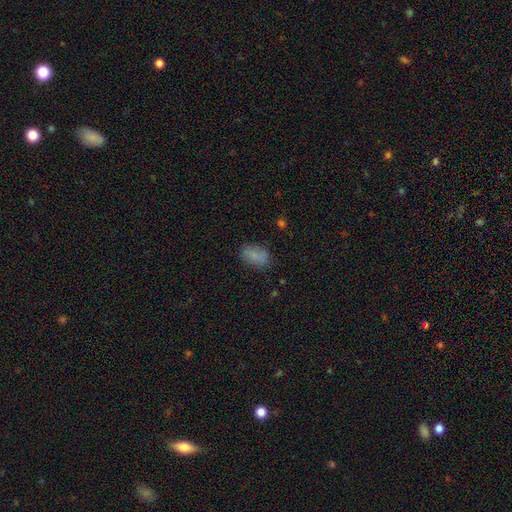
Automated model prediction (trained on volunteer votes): A smooth galaxy with no disk features (82%) that is in between round and cigar-shaped (89%). Merging: none (79%).